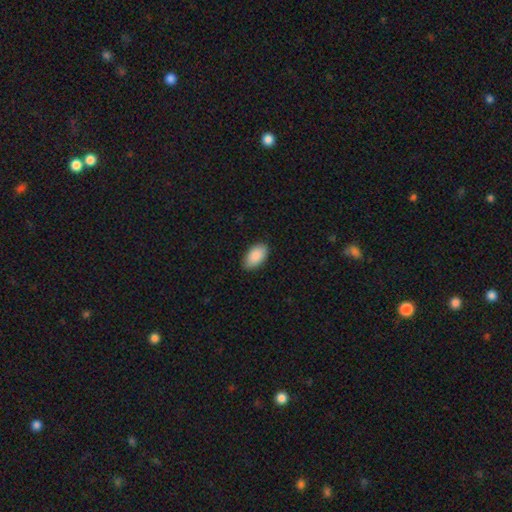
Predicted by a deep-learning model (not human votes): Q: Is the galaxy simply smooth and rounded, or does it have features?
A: smooth — 90%.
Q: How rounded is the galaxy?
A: in between — 95%.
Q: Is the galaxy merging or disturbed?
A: none — 88%.